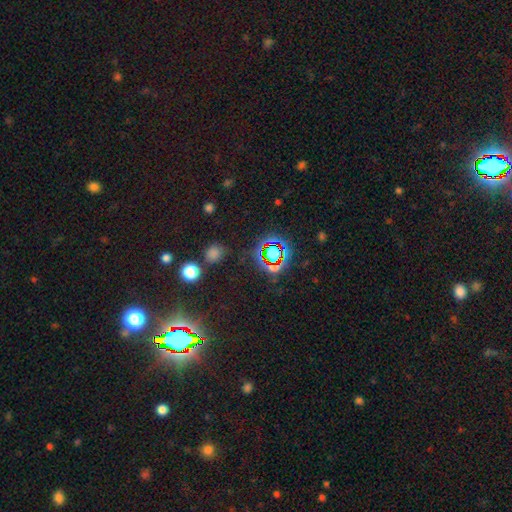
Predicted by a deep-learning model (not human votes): Morphology: type=star or artifact (77%).